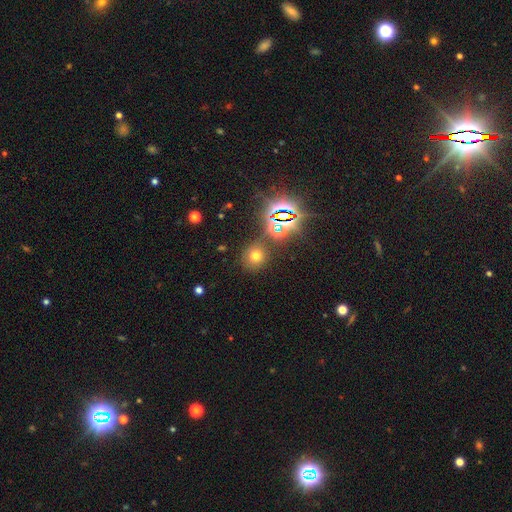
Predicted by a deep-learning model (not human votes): This appears to be a smooth galaxy with no disk features (61%) that is round (84%). Merging: none (80%).